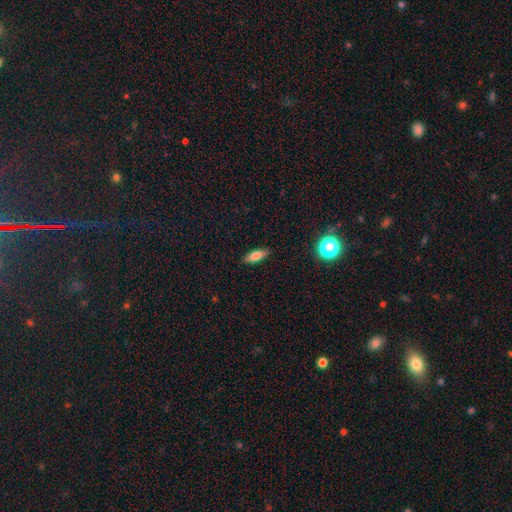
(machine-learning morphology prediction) smooth_or_featured: smooth (p=0.75) [alt: featured or disk p=0.17]
how_rounded: in between (p=0.71) [alt: cigar-shaped p=0.26]
merging: none (p=0.88) [alt: minor disturbance p=0.09]